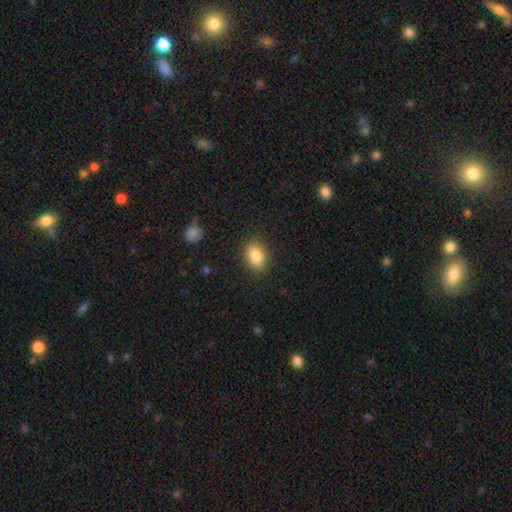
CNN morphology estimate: Q: Smooth or featured?
A: smooth (87%); runner-up: star or artifact (8%)
Q: How rounded?
A: in between (80%); runner-up: round (18%)
Q: Merging?
A: none (86%); runner-up: minor disturbance (10%)